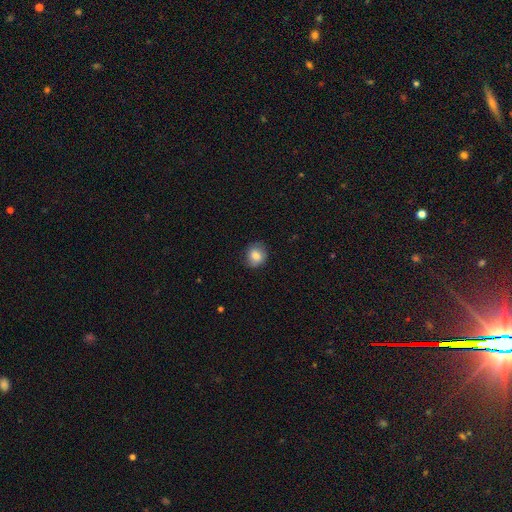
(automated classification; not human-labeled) Smooth or featured? smooth (81%)
How rounded? round (72%)
Merging? none (81%)